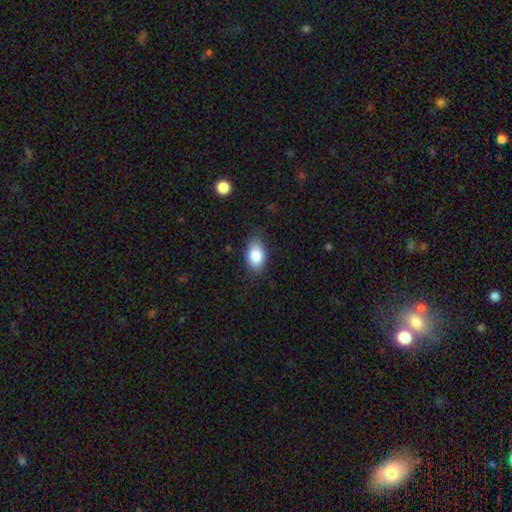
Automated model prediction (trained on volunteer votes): Overall: smooth (85%). How rounded: in between (89%). Merging: none (79%).